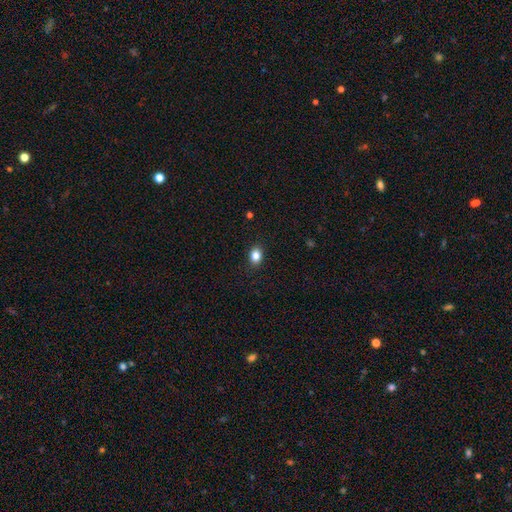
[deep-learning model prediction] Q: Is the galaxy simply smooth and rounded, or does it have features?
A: smooth — 84%.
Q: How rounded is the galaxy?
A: in between — 61%.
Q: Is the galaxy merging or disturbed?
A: none — 89%.